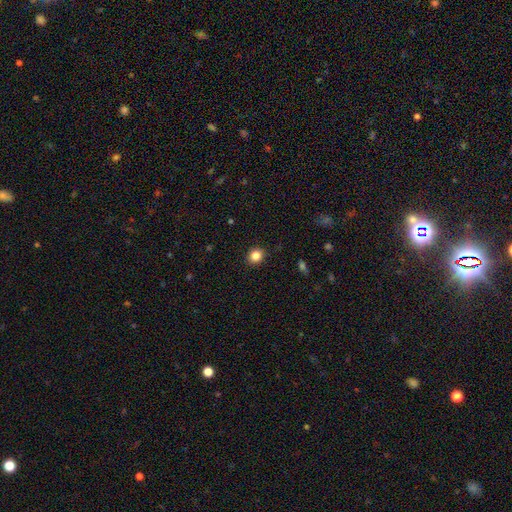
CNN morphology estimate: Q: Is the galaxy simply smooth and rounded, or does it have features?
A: smooth — 84%.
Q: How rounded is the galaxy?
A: round — 79%.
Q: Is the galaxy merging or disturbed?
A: none — 91%.